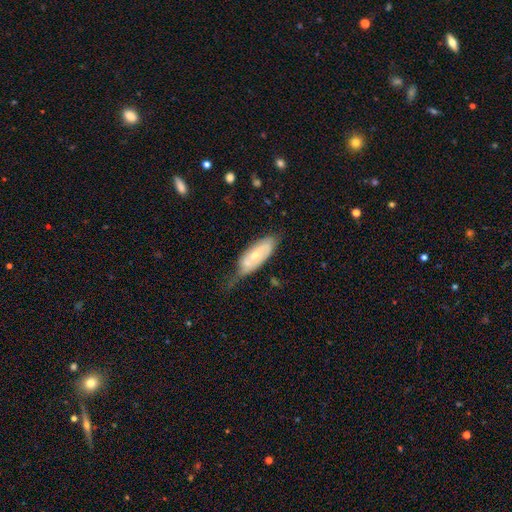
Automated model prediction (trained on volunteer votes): The model was most divided on "merging": none: 39%, minor disturbance: 38%, major disturbance: 17%, merger: 6%. More confident: edge-on disk — no (82%); smooth or featured — featured or disk (51%).